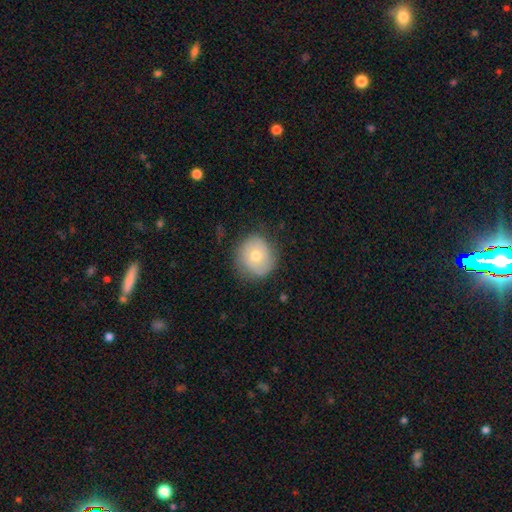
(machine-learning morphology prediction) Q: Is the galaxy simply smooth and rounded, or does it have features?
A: smooth — 60%.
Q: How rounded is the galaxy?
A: round — 84%.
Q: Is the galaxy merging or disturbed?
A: none — 77%.